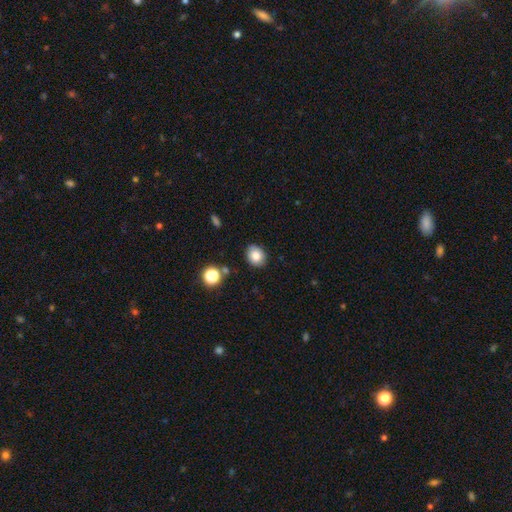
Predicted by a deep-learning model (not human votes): The model was most divided on "how rounded": round: 53%, in between: 46%, cigar-shaped: 1%. More confident: merging — none (86%); smooth or featured — smooth (82%).